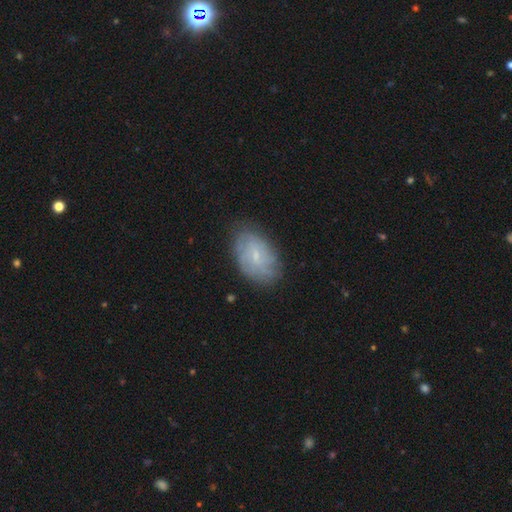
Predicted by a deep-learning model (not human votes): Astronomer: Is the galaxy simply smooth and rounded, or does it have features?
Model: featured or disk — 52% (runner-up: smooth, 40%).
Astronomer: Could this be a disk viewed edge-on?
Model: no — 96%.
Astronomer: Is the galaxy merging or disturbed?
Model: none — 75%.